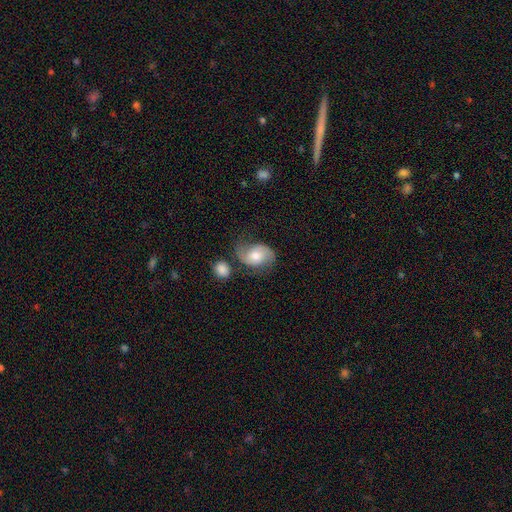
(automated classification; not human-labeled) Smooth or featured? featured or disk (62%)
Edge-on disk? no (97%)
Bar? no (66%)
Spiral arms? yes (89%)
Spiral winding? medium (41%)
Spiral arm count? 2 (86%)
Bulge size? moderate (63%)
Merging? none (54%)